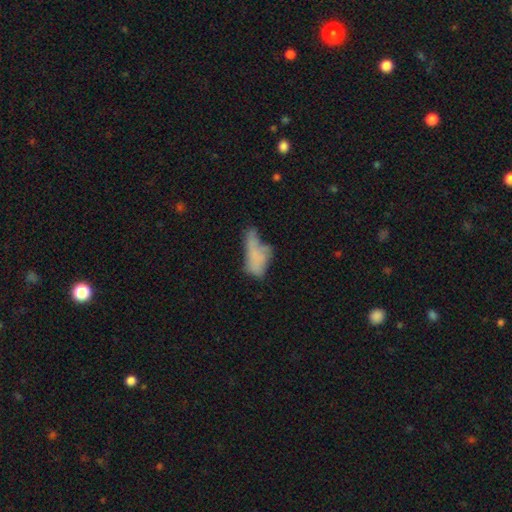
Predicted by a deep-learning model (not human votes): smooth-or-featured: smooth: 61% | featured or disk: 27% | star or artifact: 13%
  how-rounded: in between: 75% | cigar-shaped: 20% | round: 4%
  merging: major disturbance: 34% | minor disturbance: 27% | none: 25% | merger: 14%